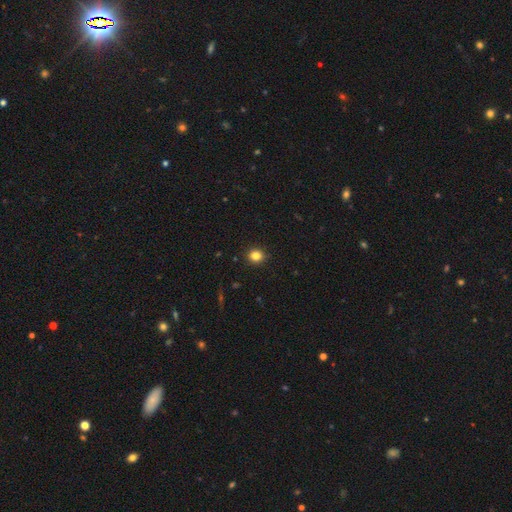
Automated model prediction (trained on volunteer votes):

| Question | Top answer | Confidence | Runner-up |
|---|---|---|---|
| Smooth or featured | smooth | 83% | star or artifact (12%) |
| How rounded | round | 82% | in between (17%) |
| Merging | none | 91% | minor disturbance (6%) |